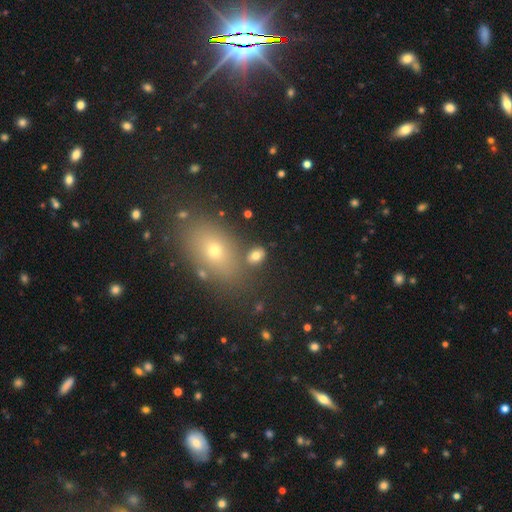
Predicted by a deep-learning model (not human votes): Overall: smooth (76%). How rounded: in between (77%). Merging: none (72%).